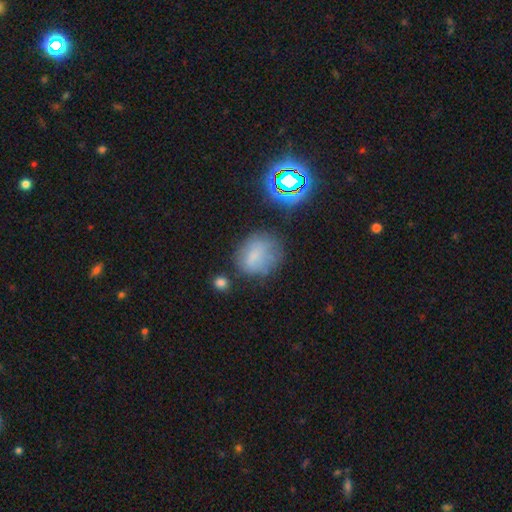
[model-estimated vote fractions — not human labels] Overall: smooth (60%). How rounded: round (64%; in between 35%). Merging: none (55%; minor disturbance 25%).